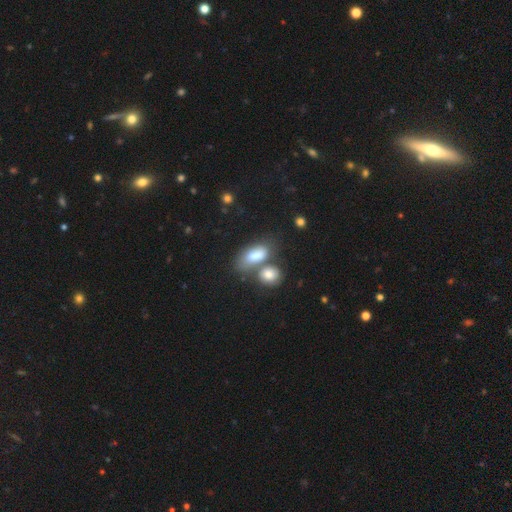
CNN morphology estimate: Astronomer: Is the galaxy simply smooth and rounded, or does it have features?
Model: smooth — 78%.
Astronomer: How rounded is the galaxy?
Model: in between — 87%.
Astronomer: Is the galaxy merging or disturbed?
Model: merger — 46% (runner-up: none, 35%).